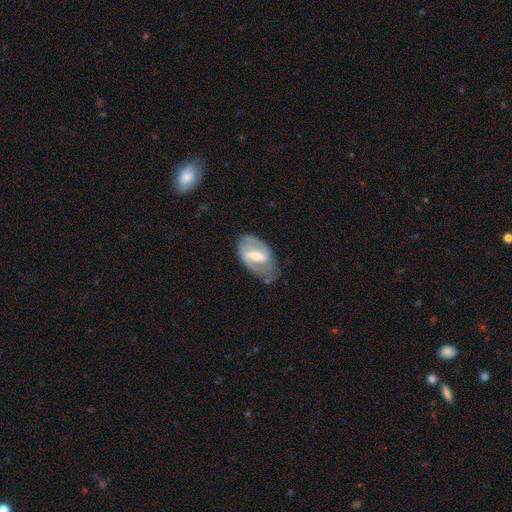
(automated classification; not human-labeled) Q: Smooth or featured?
A: featured or disk (79%); runner-up: smooth (15%)
Q: Edge-on disk?
A: no (96%); runner-up: yes (4%)
Q: Bar?
A: strong (51%); runner-up: weak (39%)
Q: Spiral arms?
A: yes (86%); runner-up: no (14%)
Q: Spiral winding?
A: medium (48%); runner-up: tight (28%)
Q: Spiral arm count?
A: 2 (83%); runner-up: can't tell (9%)
Q: Bulge size?
A: moderate (49%); runner-up: small (38%)
Q: Merging?
A: none (68%); runner-up: minor disturbance (21%)